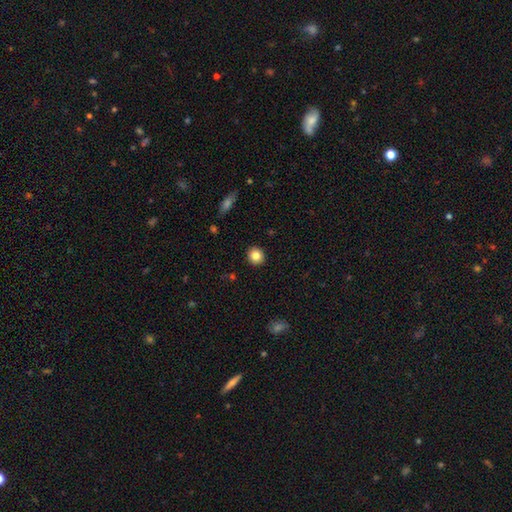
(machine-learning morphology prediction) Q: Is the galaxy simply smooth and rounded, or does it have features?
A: smooth — 84%.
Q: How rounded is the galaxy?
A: round — 88%.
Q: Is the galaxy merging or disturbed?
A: none — 92%.